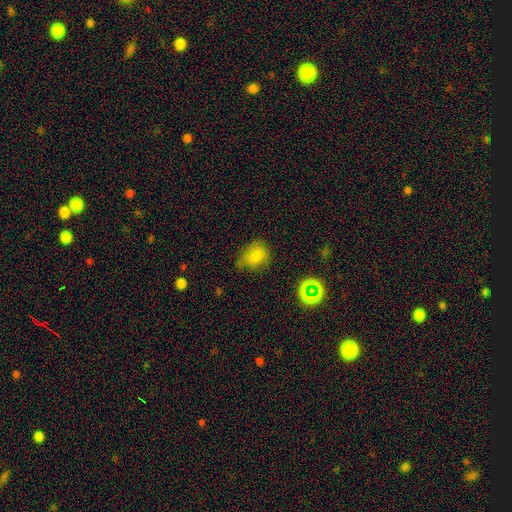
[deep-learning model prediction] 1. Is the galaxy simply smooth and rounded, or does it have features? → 75% smooth, 16% star or artifact, 9% featured or disk.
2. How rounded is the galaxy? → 53% round, 46% in between, 1% cigar-shaped.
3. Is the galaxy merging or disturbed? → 61% none, 30% minor disturbance, 7% major disturbance, 2% merger.